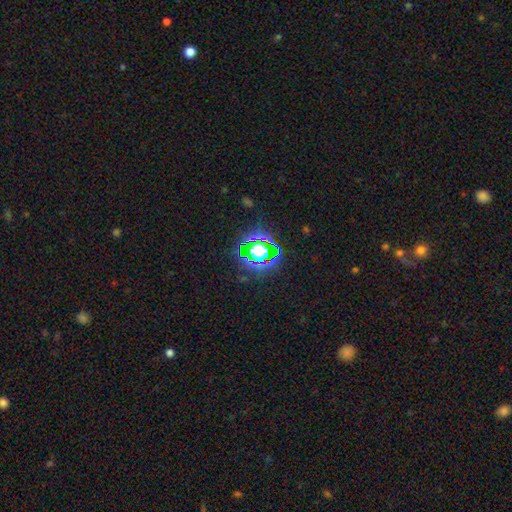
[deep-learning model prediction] The model was most divided on "smooth or featured": star or artifact: 57%, smooth: 29%, featured or disk: 15%.